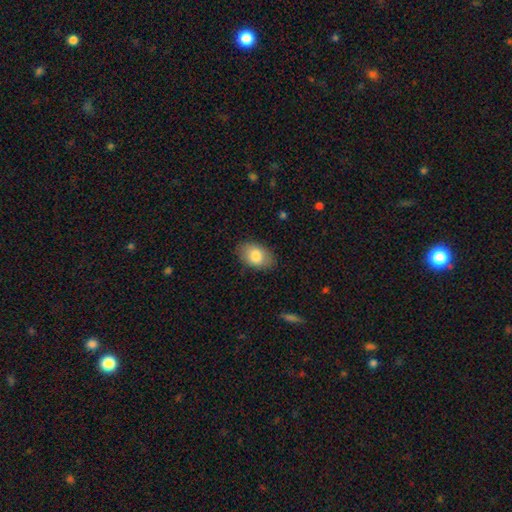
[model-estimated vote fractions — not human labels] Morphology: type=smooth (81%); roundness=in between (90%); merging=none (84%).